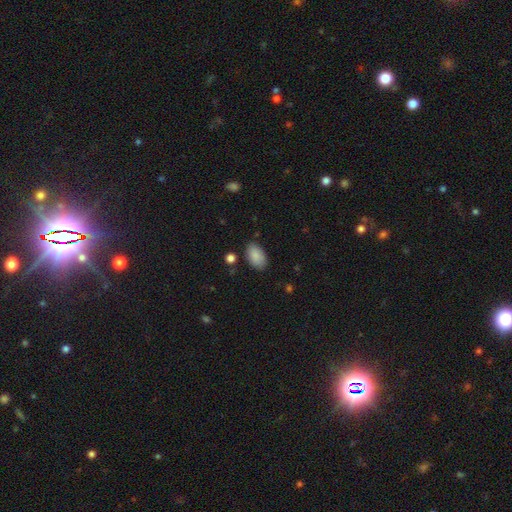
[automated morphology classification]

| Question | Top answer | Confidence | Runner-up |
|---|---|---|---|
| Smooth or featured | smooth | 89% | star or artifact (7%) |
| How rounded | in between | 93% | round (5%) |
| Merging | none | 82% | minor disturbance (13%) |